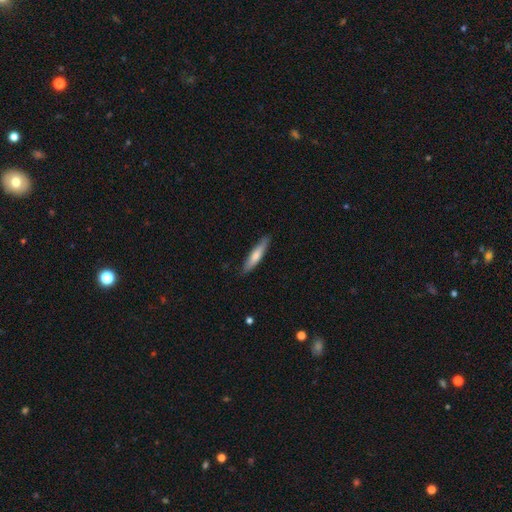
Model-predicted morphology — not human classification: Smooth or featured?
  - smooth: 66% *
  - featured or disk: 29%
  - star or artifact: 5%
How rounded?
  - cigar-shaped: 84% *
  - in between: 15%
  - round: 1%
Merging?
  - none: 85% *
  - minor disturbance: 12%
  - major disturbance: 2%
  - merger: 1%